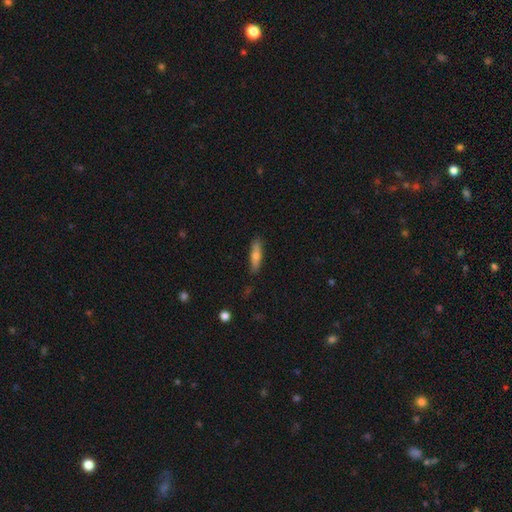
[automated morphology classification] Smooth or featured? smooth (64%)
How rounded? cigar-shaped (75%)
Merging? none (85%)